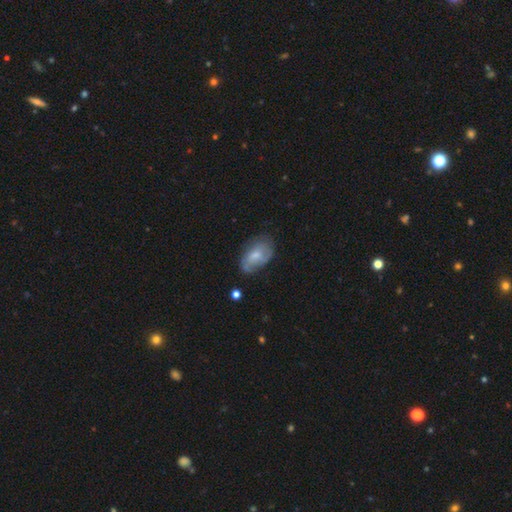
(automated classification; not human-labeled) Morphology: type=smooth (50%); roundness=in between (91%); merging=none (55%).